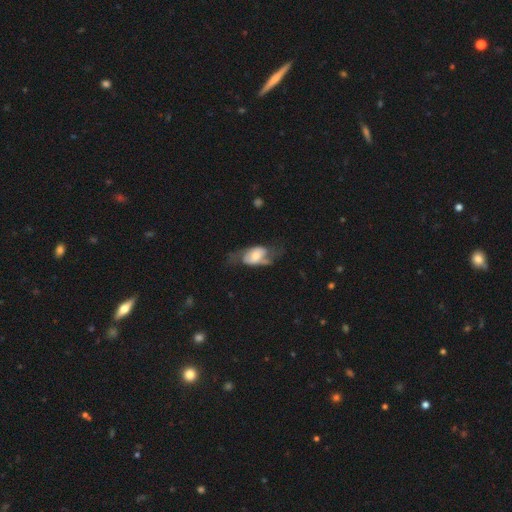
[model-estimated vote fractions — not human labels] This appears to be a featured or disk galaxy (60%) with no bar (53%), spiral arms (68%) and a moderate central bulge (55%). Merging: none (51%).